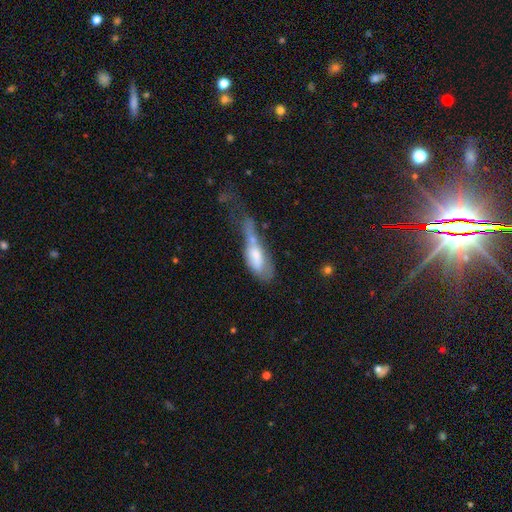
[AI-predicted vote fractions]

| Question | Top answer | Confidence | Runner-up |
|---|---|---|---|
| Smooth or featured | smooth | 59% | featured or disk (32%) |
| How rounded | in between | 66% | cigar-shaped (31%) |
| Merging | major disturbance | 44% | merger (23%) |